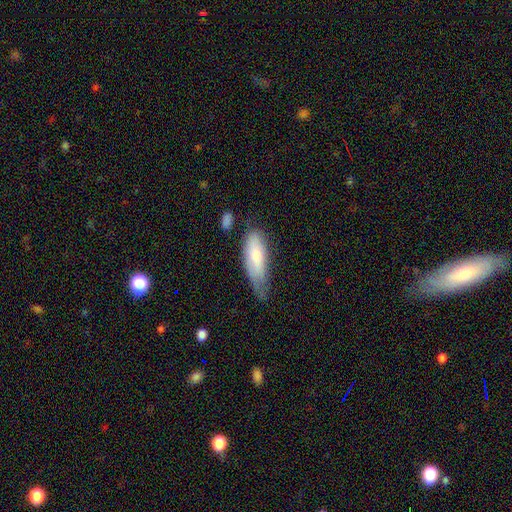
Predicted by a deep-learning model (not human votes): This appears to be a smooth galaxy with no disk features (73%) that is in between round and cigar-shaped (58%). Merging: minor disturbance (41%).